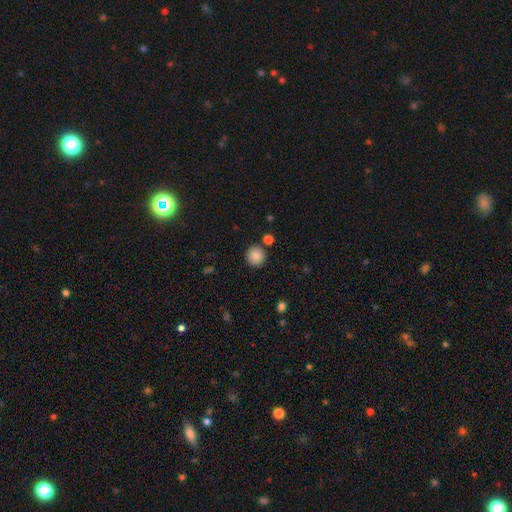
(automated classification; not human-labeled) This is clearly a smooth galaxy (88%). How rounded: clearly round (93%). Merging: clearly none (84%).